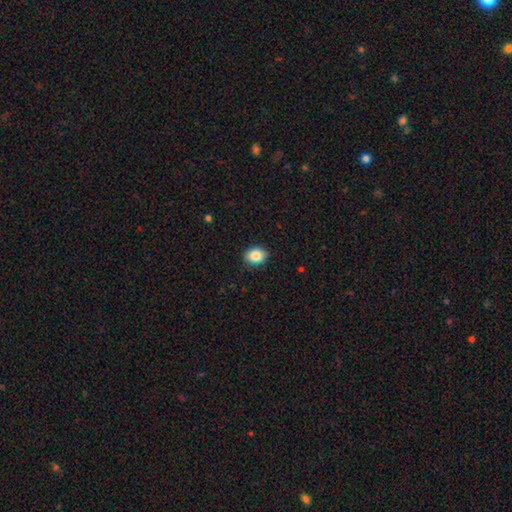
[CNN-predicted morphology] A smooth galaxy with no disk features (87%) that is in between round and cigar-shaped (60%). Merging: none (89%).